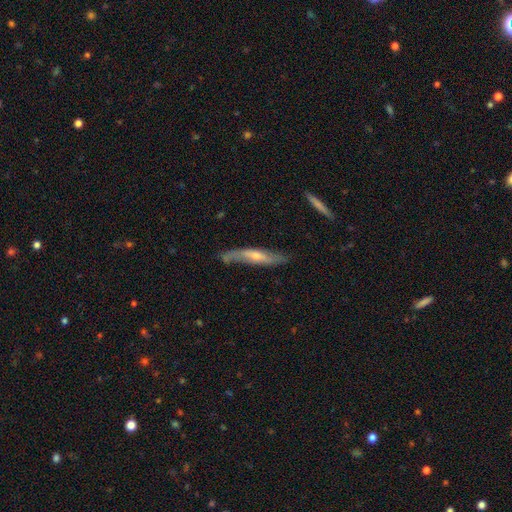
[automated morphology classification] This is likely a featured or disk galaxy (67%). It is likely viewed edge-on (64%). Merging: likely none (73%).